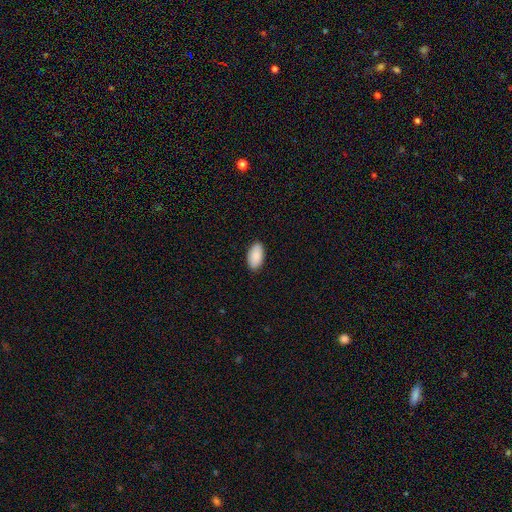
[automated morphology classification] type=smooth (90%); roundness=in between (96%); merging=none (88%).